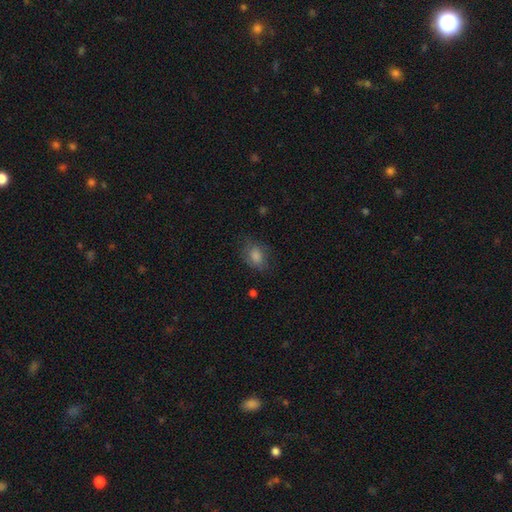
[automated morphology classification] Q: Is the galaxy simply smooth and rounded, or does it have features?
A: smooth — 71%.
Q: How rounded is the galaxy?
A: in between — 66%.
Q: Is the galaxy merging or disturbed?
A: none — 72%.